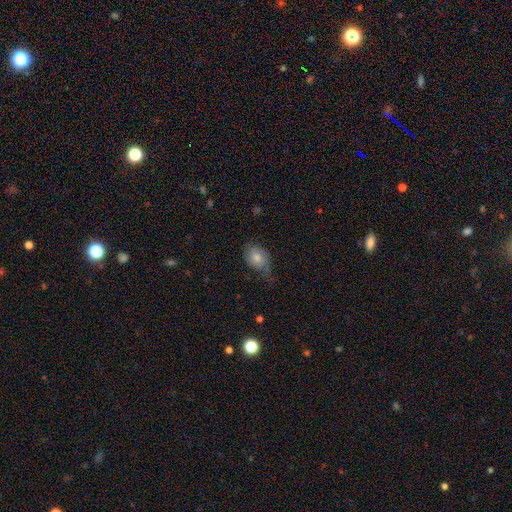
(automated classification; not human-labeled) A smooth galaxy with no disk features (63%) that is in between round and cigar-shaped (64%).

Vote fractions:
- Smooth or featured? smooth: 63% / featured or disk: 24% / star or artifact: 13%
- How rounded? in between: 64% / round: 34% / cigar-shaped: 2%
- Merging? none: 47% / minor disturbance: 35% / major disturbance: 16% / merger: 2%